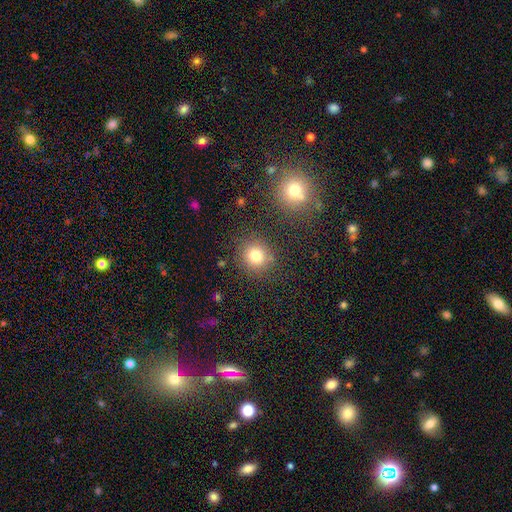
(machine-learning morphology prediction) A smooth galaxy with no disk features (79%) that is round (86%).

Vote fractions:
- Smooth or featured? smooth: 79% / star or artifact: 13% / featured or disk: 8%
- How rounded? round: 86% / in between: 13% / cigar-shaped: 1%
- Merging? none: 82% / minor disturbance: 9% / merger: 5% / major disturbance: 4%